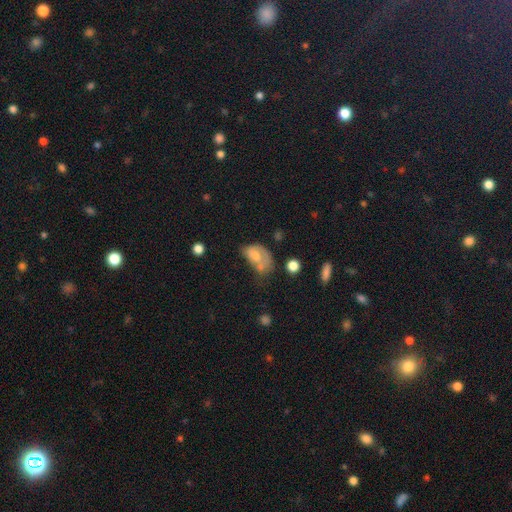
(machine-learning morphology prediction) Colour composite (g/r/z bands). It shows a smooth galaxy with no disk features (55%) that is in between round and cigar-shaped (84%). Merging: major disturbance (29%).